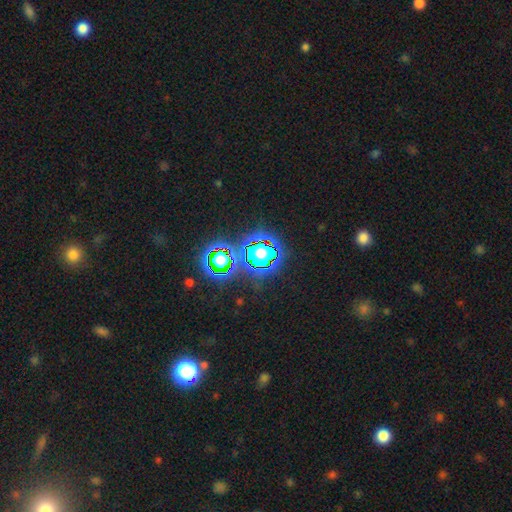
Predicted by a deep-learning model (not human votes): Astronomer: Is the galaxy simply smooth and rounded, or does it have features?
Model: star or artifact — 80%.